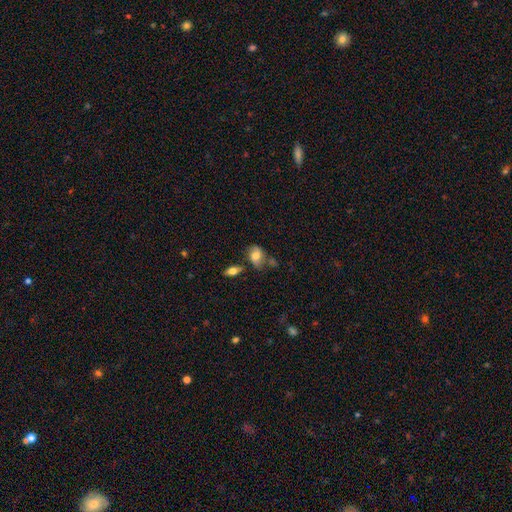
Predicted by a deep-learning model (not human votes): A smooth galaxy with no disk features (65%) that is in between round and cigar-shaped (73%). Merging: none (50%).